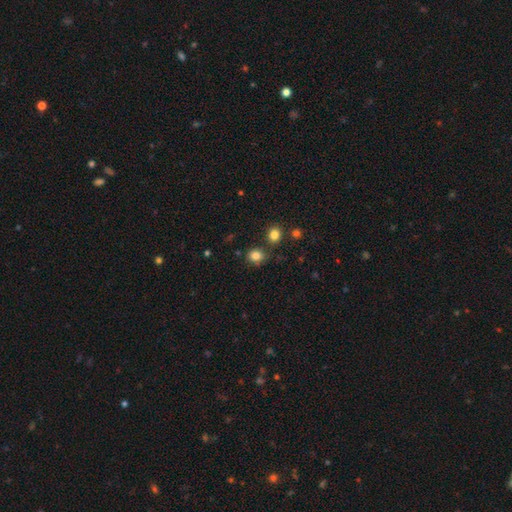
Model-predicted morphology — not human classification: This is clearly a smooth galaxy (83%). How rounded: likely round (70%). Merging: likely none (77%).